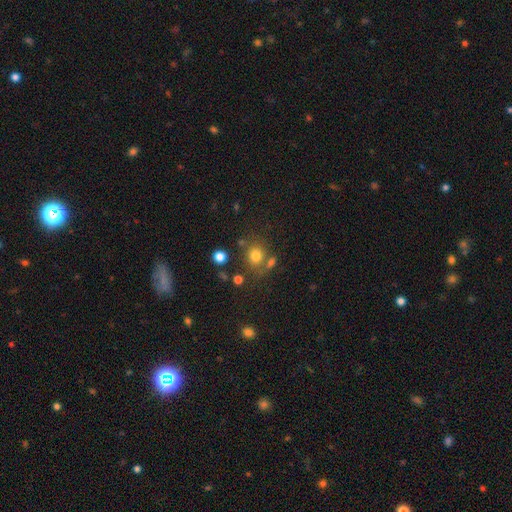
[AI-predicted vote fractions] smooth_or_featured: smooth (p=0.76) [alt: star or artifact p=0.15]
how_rounded: round (p=0.79) [alt: in between p=0.20]
merging: none (p=0.66) [alt: merger p=0.17]